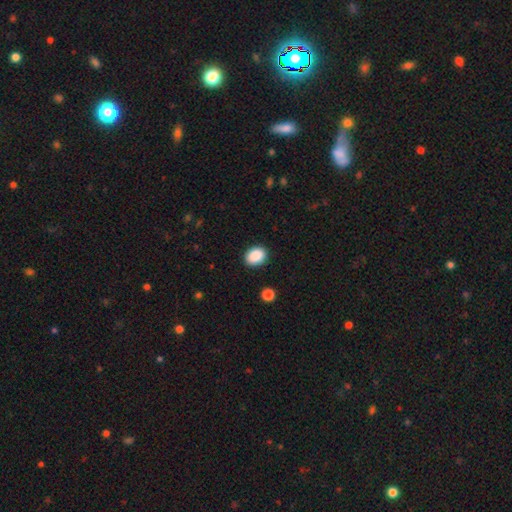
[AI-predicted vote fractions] A smooth galaxy with no disk features (90%) that is in between round and cigar-shaped (66%).

Vote fractions:
- Smooth or featured? smooth: 90% / star or artifact: 8% / featured or disk: 3%
- How rounded? in between: 66% / round: 34% / cigar-shaped: 1%
- Merging? none: 89% / minor disturbance: 8% / major disturbance: 2% / merger: 1%